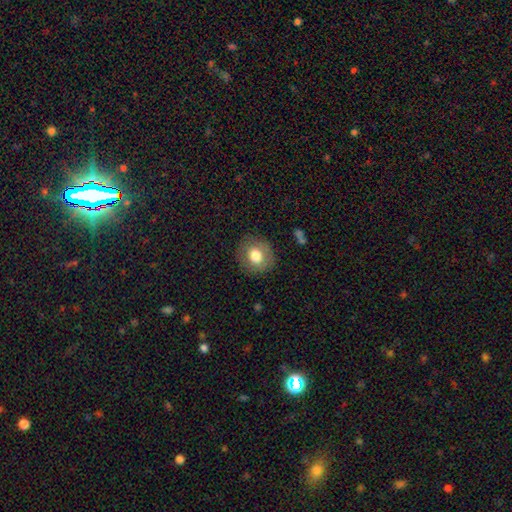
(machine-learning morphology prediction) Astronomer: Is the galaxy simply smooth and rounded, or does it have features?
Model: smooth — 75%.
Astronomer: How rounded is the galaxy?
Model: round — 81%.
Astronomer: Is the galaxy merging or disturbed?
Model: none — 85%.